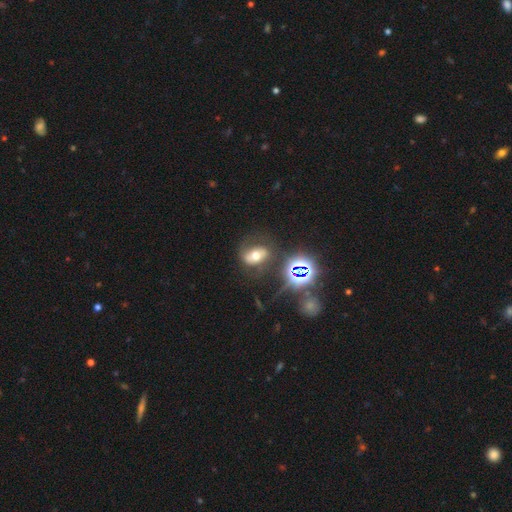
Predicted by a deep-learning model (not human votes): The model was most divided on "smooth or featured": smooth: 40%, featured or disk: 39%, star or artifact: 22%. More confident: merging — none (63%).